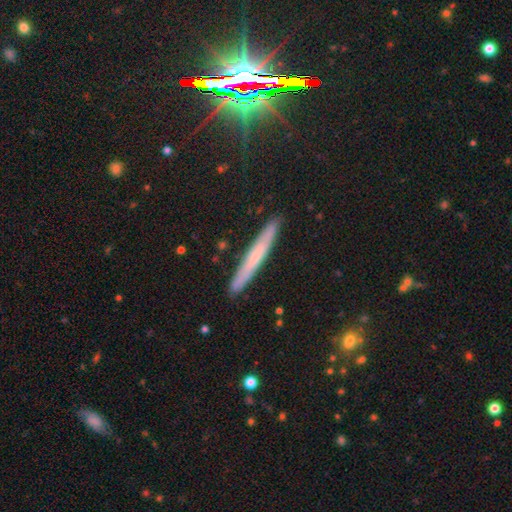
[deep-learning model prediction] smooth_or_featured: smooth (p=0.48) [alt: featured or disk p=0.43]
merging: none (p=0.91) [alt: minor disturbance p=0.07]